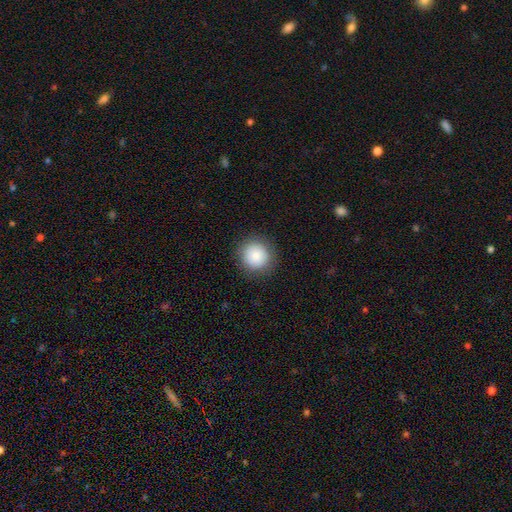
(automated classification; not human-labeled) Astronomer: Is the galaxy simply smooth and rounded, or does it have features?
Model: smooth — 86%.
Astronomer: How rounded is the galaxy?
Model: round — 93%.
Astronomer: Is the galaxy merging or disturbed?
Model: none — 89%.